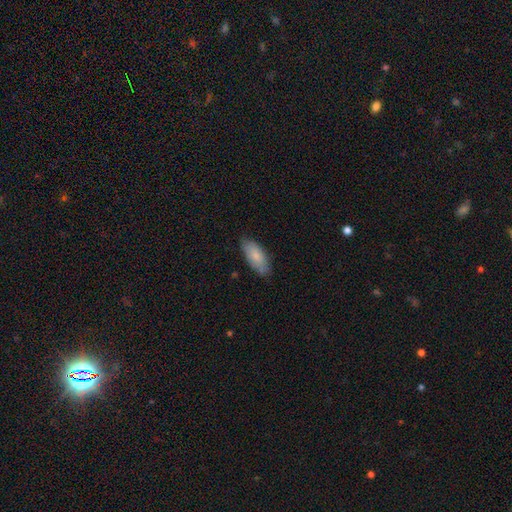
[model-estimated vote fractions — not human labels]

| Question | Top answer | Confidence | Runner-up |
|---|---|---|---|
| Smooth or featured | smooth | 83% | featured or disk (12%) |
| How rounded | in between | 84% | cigar-shaped (14%) |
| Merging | none | 78% | minor disturbance (18%) |